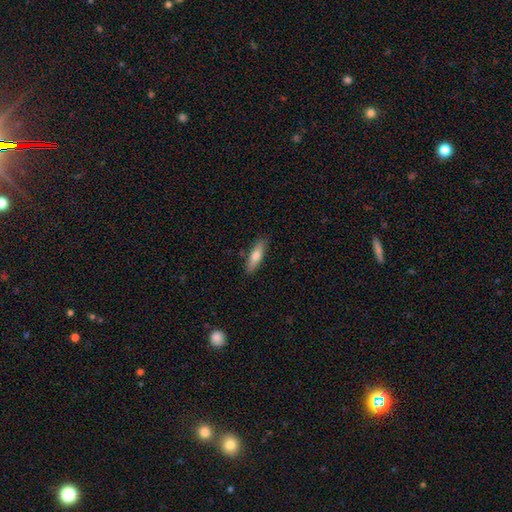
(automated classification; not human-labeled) smooth_or_featured: smooth (p=0.72) [alt: featured or disk p=0.22]
how_rounded: cigar-shaped (p=0.64) [alt: in between p=0.34]
merging: none (p=0.85) [alt: minor disturbance p=0.11]